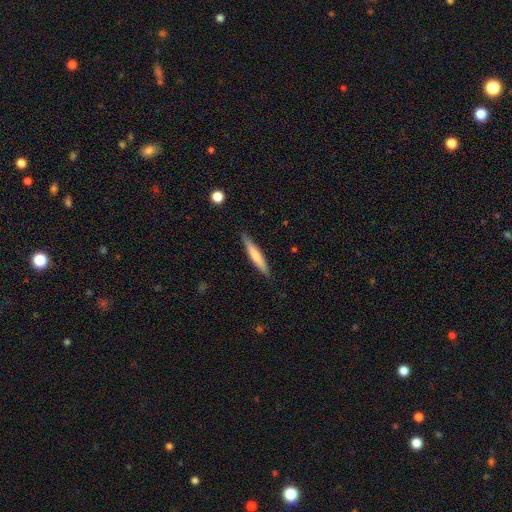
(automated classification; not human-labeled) The model was most divided on "smooth or featured": smooth: 65%, featured or disk: 29%, star or artifact: 6%. More confident: how rounded — cigar-shaped (92%); merging — none (87%).